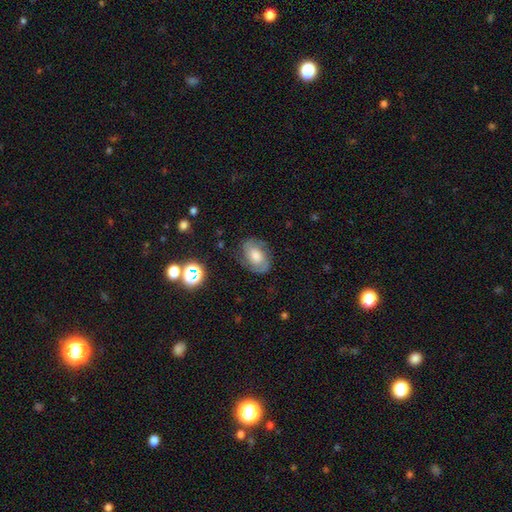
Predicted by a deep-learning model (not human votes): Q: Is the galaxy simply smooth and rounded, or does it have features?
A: featured or disk — 67%.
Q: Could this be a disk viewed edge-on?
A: no — 97%.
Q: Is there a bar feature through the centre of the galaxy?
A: no — 63%.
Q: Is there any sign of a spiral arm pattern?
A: yes — 88%.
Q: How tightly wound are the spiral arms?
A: medium — 44%.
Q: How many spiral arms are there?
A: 2 — 84%.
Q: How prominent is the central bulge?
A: moderate — 49%.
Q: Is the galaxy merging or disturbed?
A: none — 77%.